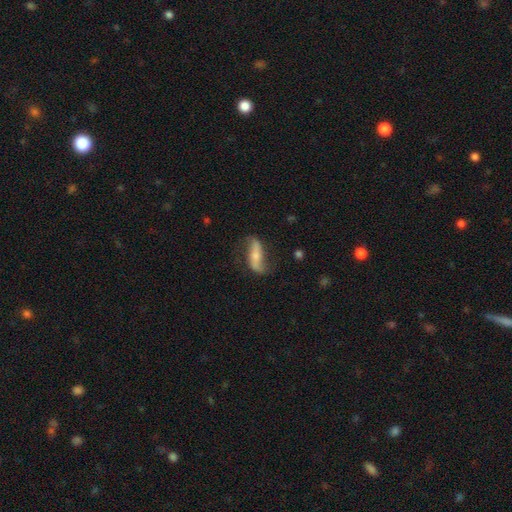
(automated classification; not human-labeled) Smooth or featured? featured or disk (66%)
Edge-on disk? no (83%)
Bar? no (39%)
Spiral arms? yes (87%)
Bulge size? small (49%)
Merging? none (68%)